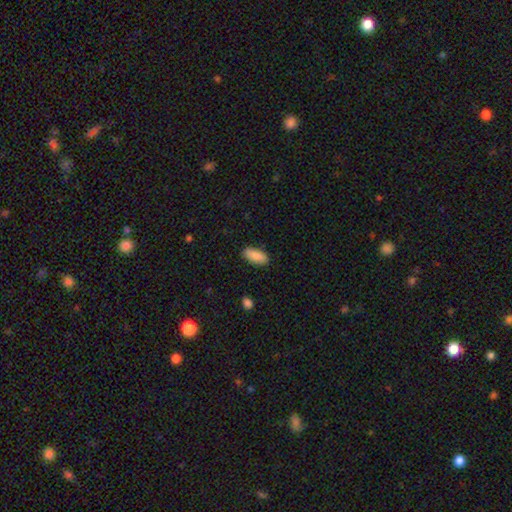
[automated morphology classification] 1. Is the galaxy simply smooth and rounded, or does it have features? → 89% smooth, 6% star or artifact, 5% featured or disk.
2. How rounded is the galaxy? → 85% in between, 13% cigar-shaped, 2% round.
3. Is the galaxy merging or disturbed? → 86% none, 10% minor disturbance, 2% major disturbance, 1% merger.